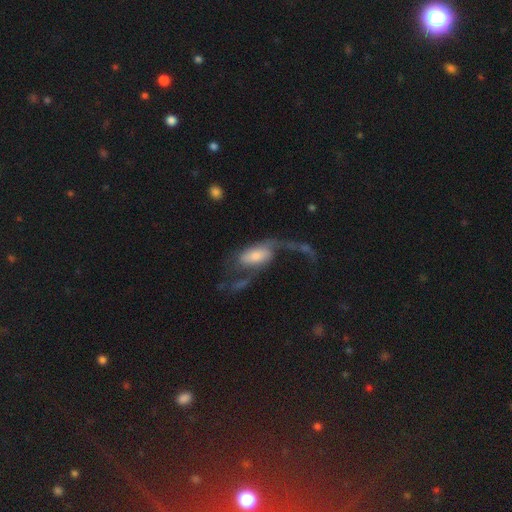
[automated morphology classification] smooth-or-featured: featured or disk: 68% | smooth: 25% | star or artifact: 7%
  disk-edge-on: no: 91% | yes: 9%
    bar: no: 48% | weak: 33% | strong: 19%
    has-spiral-arms: yes: 86% | no: 14%
      spiral-winding: loose: 78% | medium: 17% | tight: 5%
      spiral-arm-count: 2: 76% | 1: 14% | can't tell: 5% | 3: 2% | 4: 1% | more than 4: 1%
    bulge-size: moderate: 29% | small: 27% | large: 25% | none: 11% | dominant: 8%
  merging: major disturbance: 51% | none: 29% | minor disturbance: 14% | merger: 7%